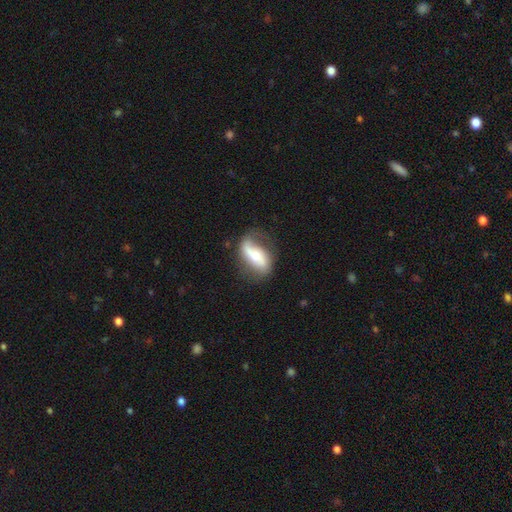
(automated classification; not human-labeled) Morphology: type=featured or disk (64%); edge-on=no (88%); bar=no (38%); spiral arms=yes (77%); bulge=moderate (51%); merging=none (56%).